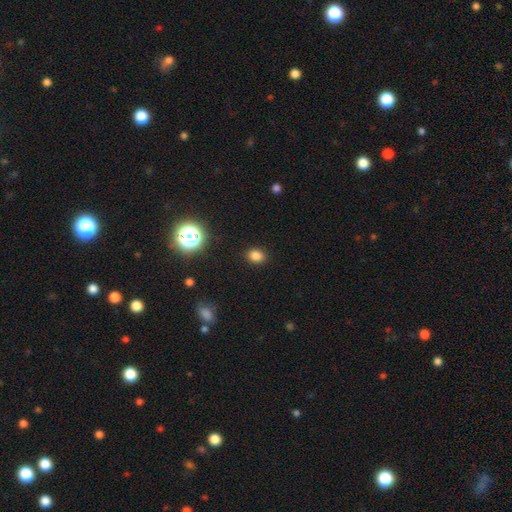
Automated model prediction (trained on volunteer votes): Smooth or featured? Predicted: smooth (p=0.81). How rounded? Predicted: round (p=0.50). Merging? Predicted: none (p=0.89).